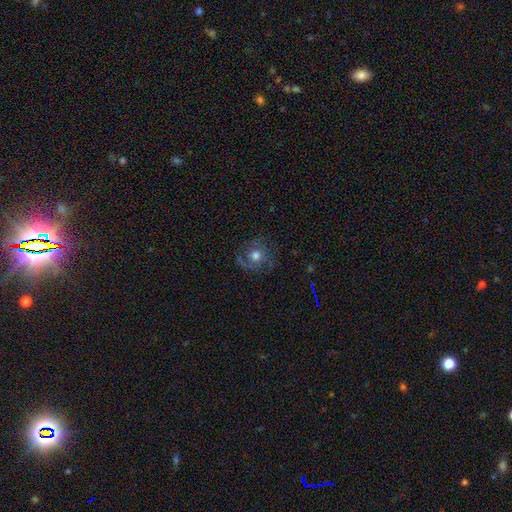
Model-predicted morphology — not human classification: A smooth galaxy with no disk features (49%). Merging: none (70%).